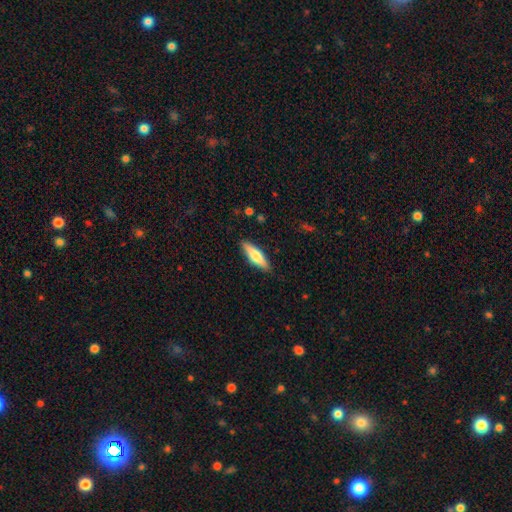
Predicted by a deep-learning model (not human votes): This appears to be a smooth galaxy with no disk features (69%) that is cigar-shaped (59%). Merging: none (87%).